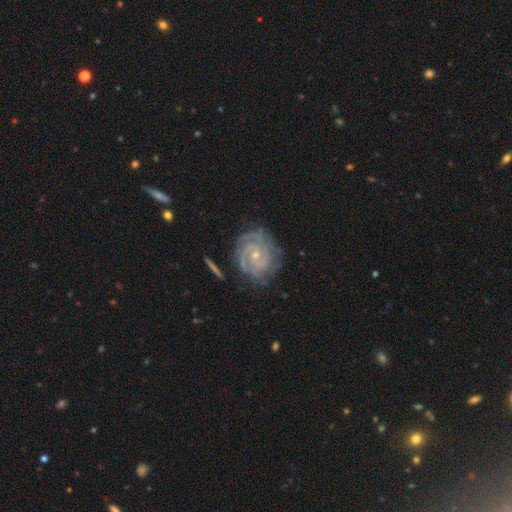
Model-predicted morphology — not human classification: featured or disk 88%, smooth 6%, star or artifact 6%. Down the decision tree: edge-on disk — no (97%); bar — no (68%); spiral arms — yes (97%); spiral arm count — 3 (27%, tied with 2); spiral winding — tight (78%); bulge size — small (70%); merging — none (73%).